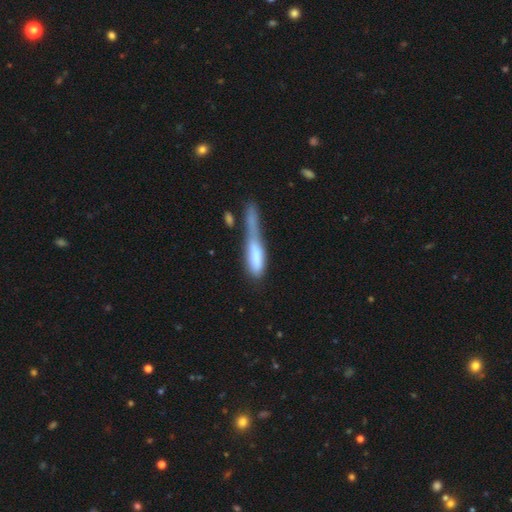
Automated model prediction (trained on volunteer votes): Smooth or featured: smooth — 71% (featured or disk — 21%)
How rounded: cigar-shaped — 67% (in between — 31%)
Merging: merger — 30% (major disturbance — 27%)